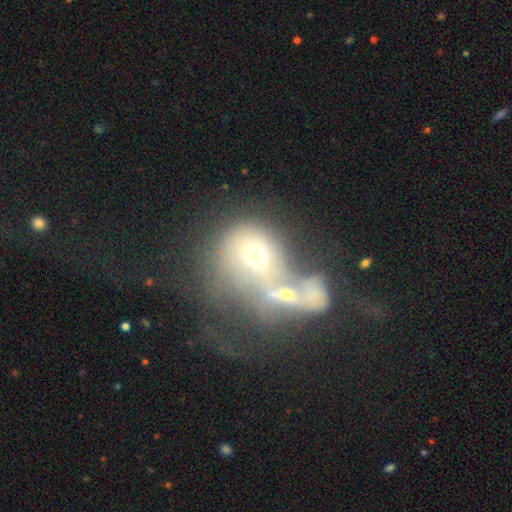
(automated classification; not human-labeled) This appears to be a smooth galaxy with no disk features (47%). Merging: merger (63%).